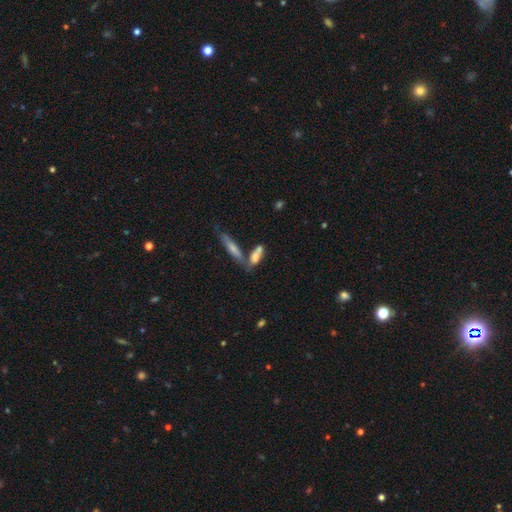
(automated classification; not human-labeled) Smooth or featured? smooth (69%)
How rounded? in between (53%)
Merging? none (42%)